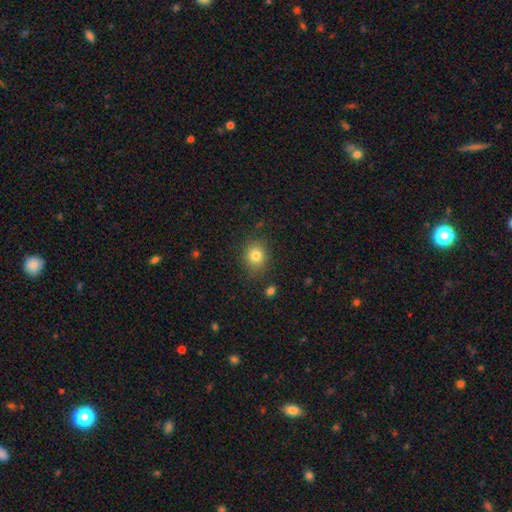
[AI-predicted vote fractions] Smooth or featured?
  - smooth: 81% *
  - star or artifact: 12%
  - featured or disk: 7%
How rounded?
  - round: 73% *
  - in between: 26%
  - cigar-shaped: 1%
Merging?
  - none: 83% *
  - minor disturbance: 12%
  - major disturbance: 3%
  - merger: 2%